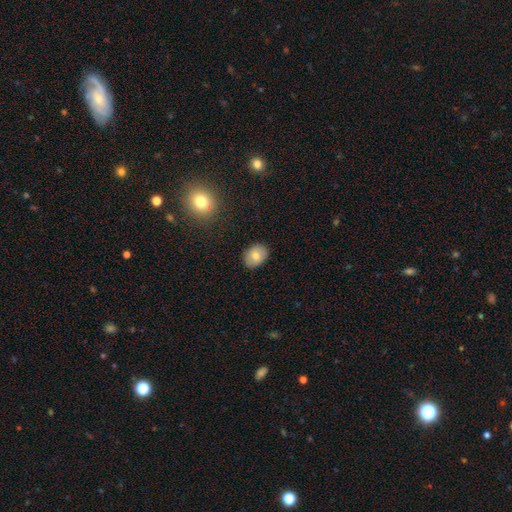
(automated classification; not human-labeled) Smooth or featured: smooth — 76% (featured or disk — 15%)
How rounded: in between — 63% (round — 36%)
Merging: none — 87% (minor disturbance — 10%)